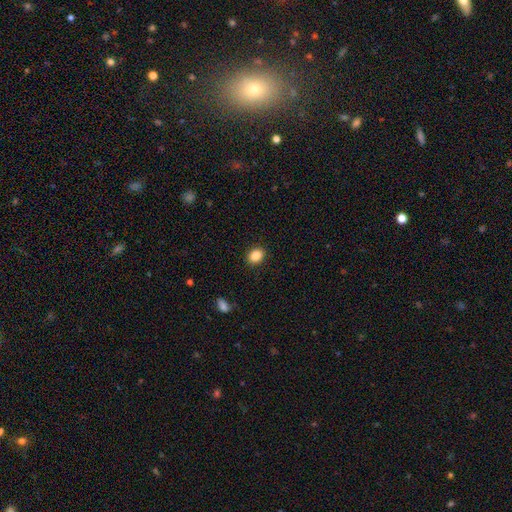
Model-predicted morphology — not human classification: Q: Smooth or featured?
A: smooth (87%); runner-up: star or artifact (9%)
Q: How rounded?
A: in between (56%); runner-up: round (43%)
Q: Merging?
A: none (90%); runner-up: minor disturbance (7%)